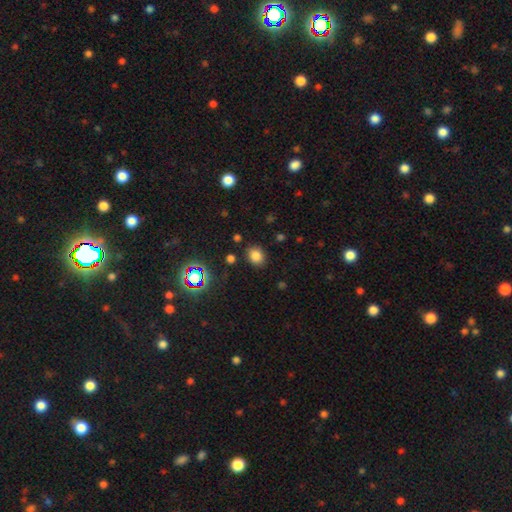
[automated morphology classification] This appears to be a smooth galaxy with no disk features (78%) that is round (56%). Merging: none (85%).